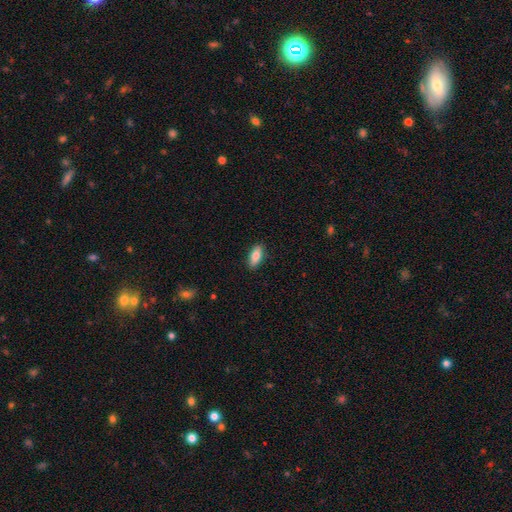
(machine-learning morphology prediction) A smooth galaxy with no disk features (81%) that is in between round and cigar-shaped (78%). Merging: none (88%).